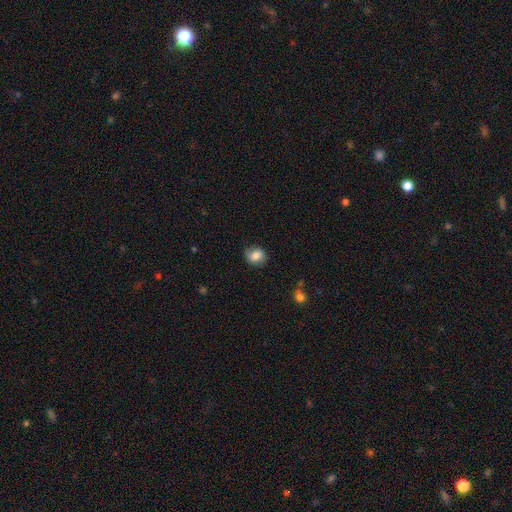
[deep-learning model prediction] Smooth or featured? Predicted: smooth (p=0.75). How rounded? Predicted: round (p=0.70). Merging? Predicted: none (p=0.73).